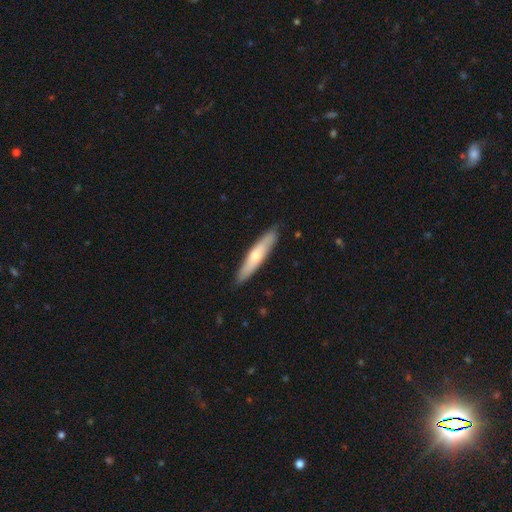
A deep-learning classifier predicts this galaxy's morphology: Smooth or featured: smooth — 55% (featured or disk — 40%)
How rounded: cigar-shaped — 86% (in between — 13%)
Merging: none — 88% (minor disturbance — 10%)